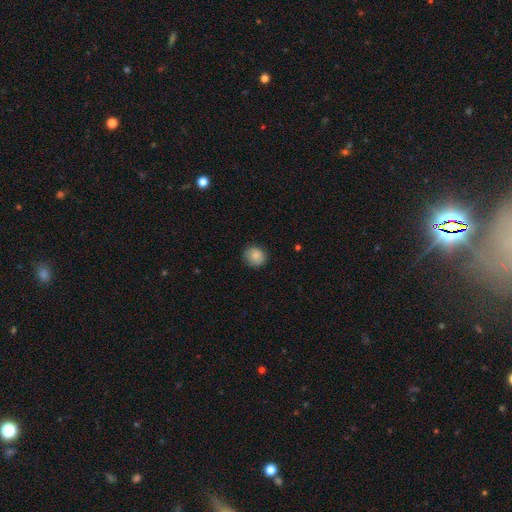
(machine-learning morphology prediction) Smooth or featured? smooth (86%)
How rounded? round (77%)
Merging? none (82%)